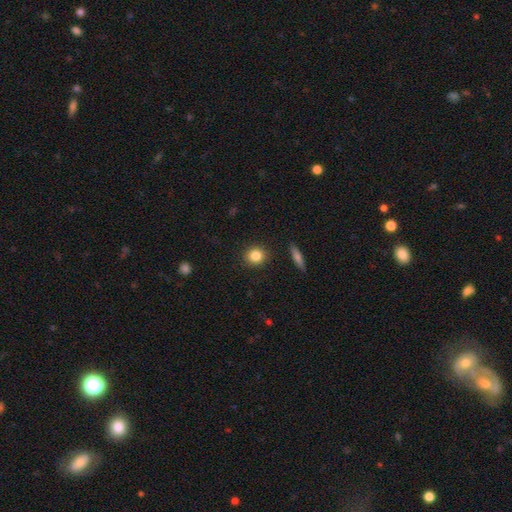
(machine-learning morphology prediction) Smooth or featured? Predicted: smooth (p=0.85). How rounded? Predicted: round (p=0.83). Merging? Predicted: none (p=0.90).